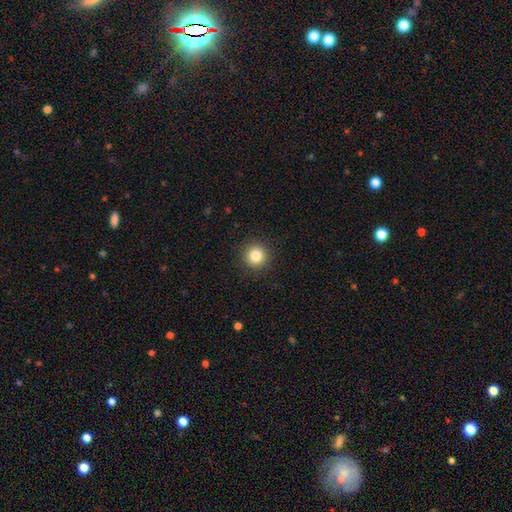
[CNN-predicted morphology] This is clearly a smooth galaxy (83%). How rounded: clearly round (95%). Merging: clearly none (92%).